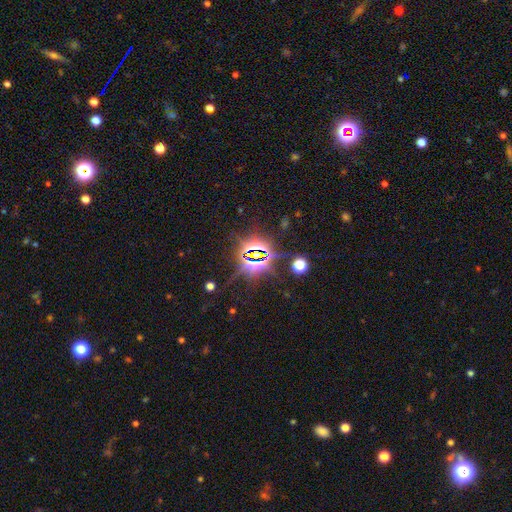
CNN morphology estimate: Q: Smooth or featured?
A: star or artifact (80%); runner-up: smooth (11%)